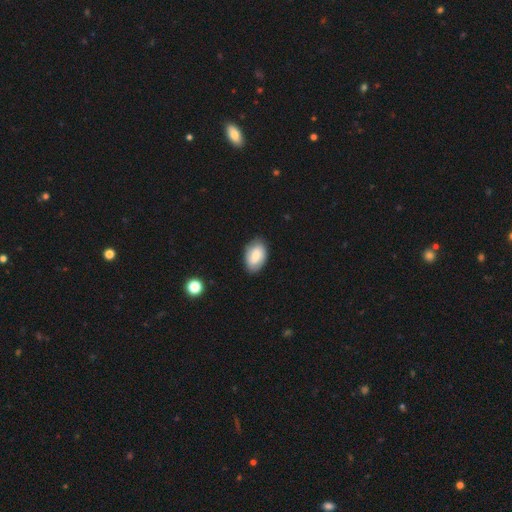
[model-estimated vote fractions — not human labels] smooth-or-featured: smooth: 74% | featured or disk: 19% | star or artifact: 7%
  how-rounded: in between: 91% | round: 8% | cigar-shaped: 1%
  merging: none: 82% | minor disturbance: 14% | major disturbance: 3% | merger: 1%